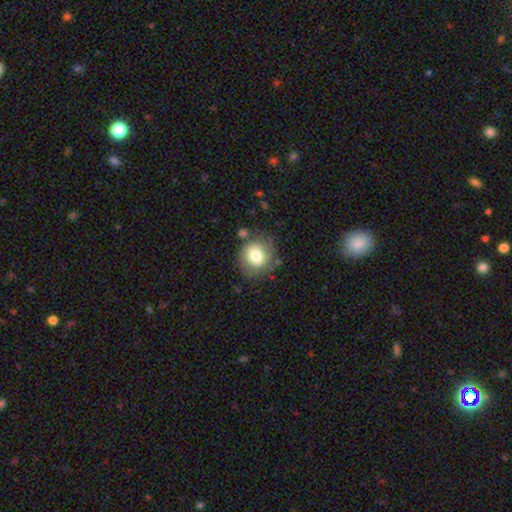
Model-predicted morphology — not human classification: smooth-or-featured: smooth: 77% | featured or disk: 14% | star or artifact: 8%
  how-rounded: round: 78% | in between: 21% | cigar-shaped: 1%
  merging: none: 73% | minor disturbance: 16% | major disturbance: 6% | merger: 5%